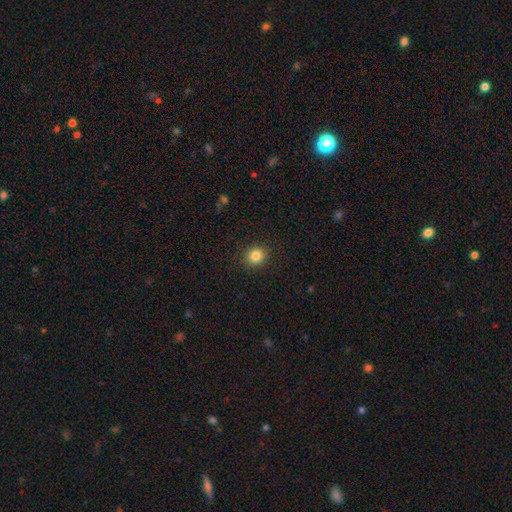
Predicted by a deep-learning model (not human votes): smooth_or_featured: smooth (p=0.84) [alt: star or artifact p=0.11]
how_rounded: round (p=0.85) [alt: in between p=0.14]
merging: none (p=0.90) [alt: minor disturbance p=0.07]